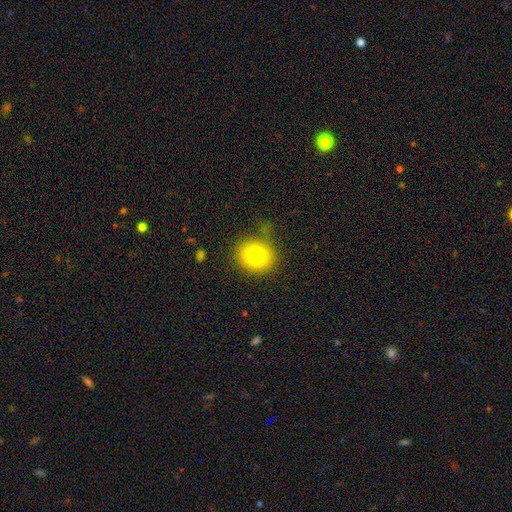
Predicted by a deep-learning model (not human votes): This is likely a smooth galaxy (76%). How rounded: clearly round (82%). Merging: likely none (73%).